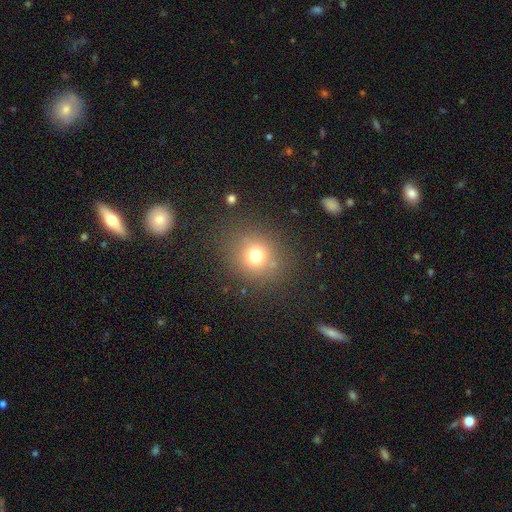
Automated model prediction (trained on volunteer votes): Morphology: type=smooth (73%); roundness=round (81%); merging=none (82%).